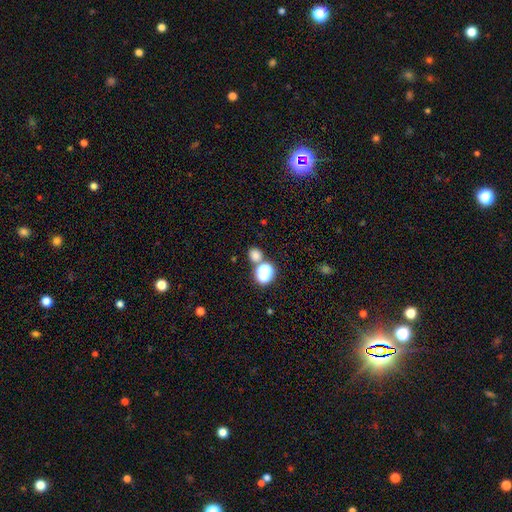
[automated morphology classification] Smooth or featured? smooth (72%)
How rounded? round (74%)
Merging? none (67%)